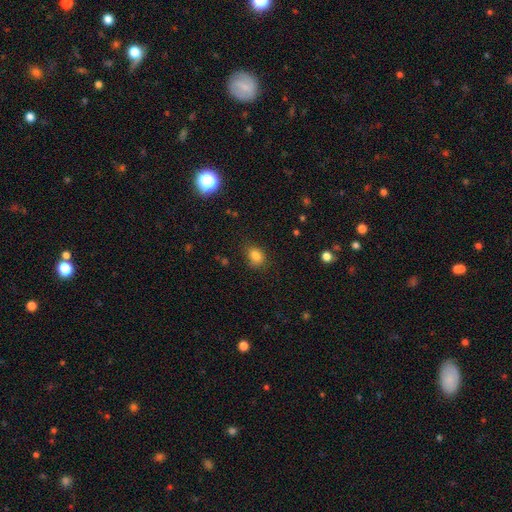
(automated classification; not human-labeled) smooth 82%, star or artifact 12%, featured or disk 6%. Down the decision tree: how rounded — in between (58%); merging — none (74%).